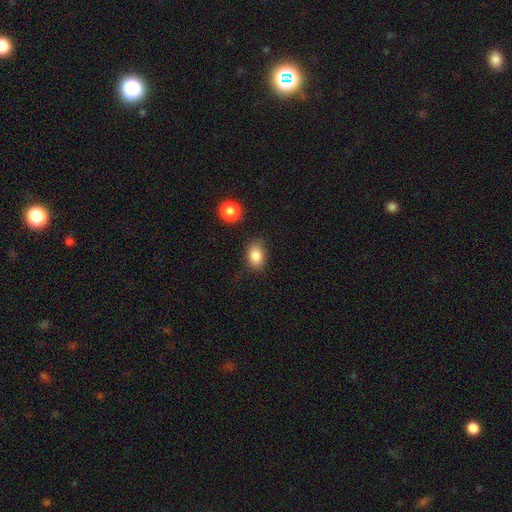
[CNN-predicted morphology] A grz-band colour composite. It shows a smooth galaxy with no disk features (85%) that is in between round and cigar-shaped (76%). Merging: none (77%).